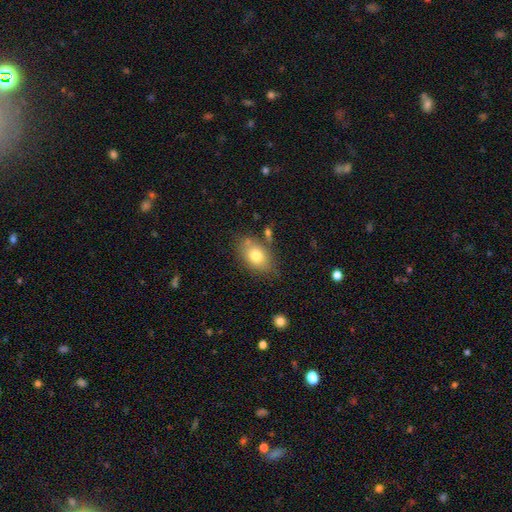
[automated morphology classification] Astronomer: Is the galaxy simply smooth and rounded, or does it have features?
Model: smooth — 76%.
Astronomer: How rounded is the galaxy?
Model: in between — 83%.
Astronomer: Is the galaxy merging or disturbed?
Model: none — 72%.